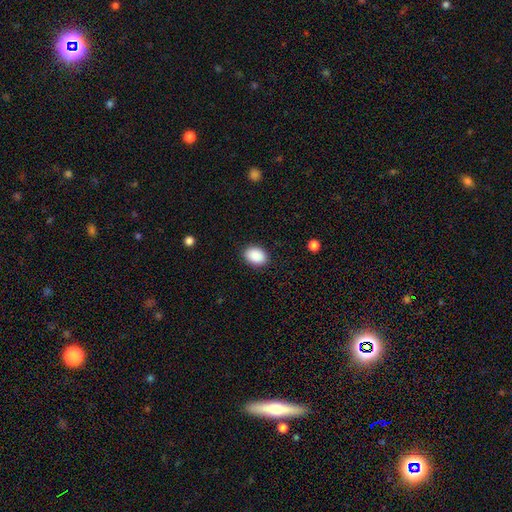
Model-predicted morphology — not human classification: smooth-or-featured: smooth: 90% | star or artifact: 7% | featured or disk: 3%
  how-rounded: in between: 81% | round: 18% | cigar-shaped: 1%
  merging: none: 89% | minor disturbance: 8% | major disturbance: 2% | merger: 1%